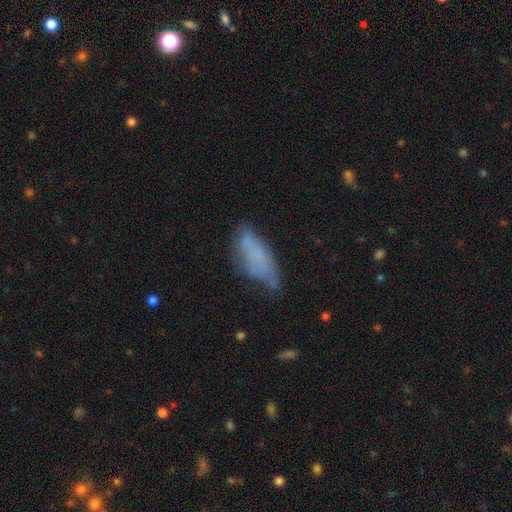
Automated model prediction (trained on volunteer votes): This appears to be a smooth galaxy with no disk features (61%) that is in between round and cigar-shaped (75%). Merging: none (47%).